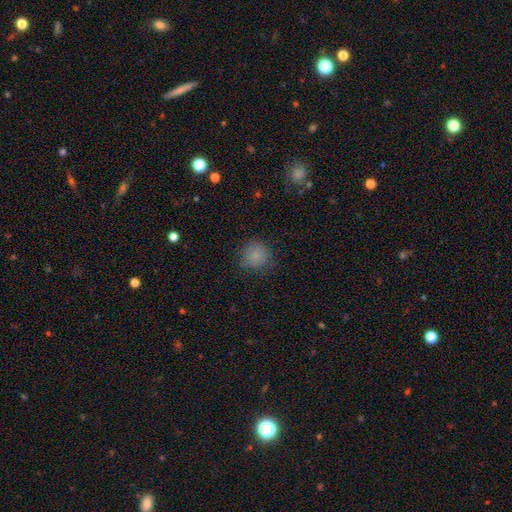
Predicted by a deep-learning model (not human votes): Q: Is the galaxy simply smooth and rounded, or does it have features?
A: smooth — 82%.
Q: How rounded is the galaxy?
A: round — 91%.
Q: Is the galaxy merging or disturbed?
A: none — 80%.